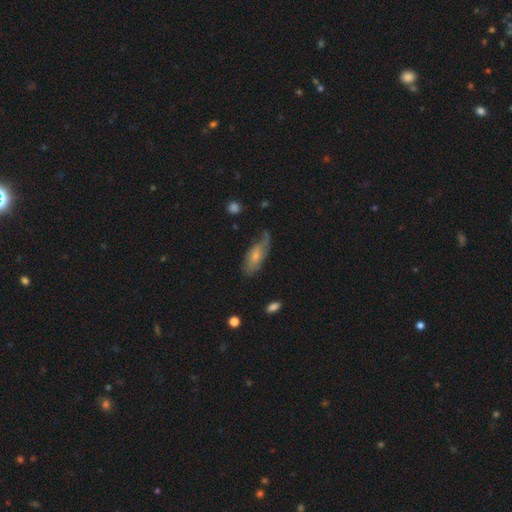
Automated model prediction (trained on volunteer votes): This appears to be a smooth galaxy with no disk features (54%) that is in between round and cigar-shaped (77%). Merging: none (50%).